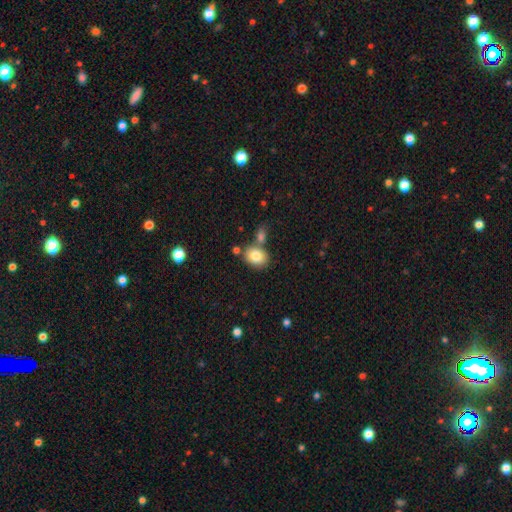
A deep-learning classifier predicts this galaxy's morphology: The model was most divided on "how rounded": in between: 65%, round: 33%, cigar-shaped: 1%. More confident: smooth or featured — smooth (81%); merging — none (62%).